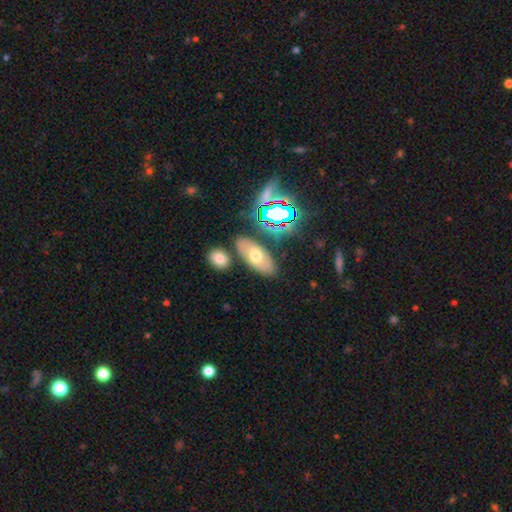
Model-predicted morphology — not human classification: Overall: smooth (60%; featured or disk 27%). How rounded: in between (87%). Merging: none (78%).